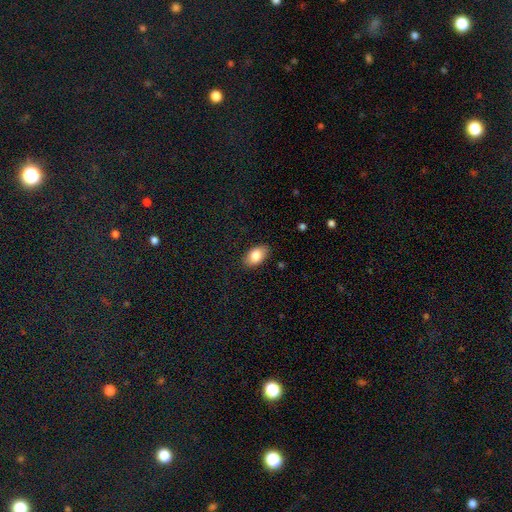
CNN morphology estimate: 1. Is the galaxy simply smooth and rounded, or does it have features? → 83% smooth, 10% featured or disk, 7% star or artifact.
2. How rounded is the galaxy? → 92% in between, 7% round, 1% cigar-shaped.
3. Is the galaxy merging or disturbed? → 86% none, 11% minor disturbance, 2% major disturbance, 1% merger.